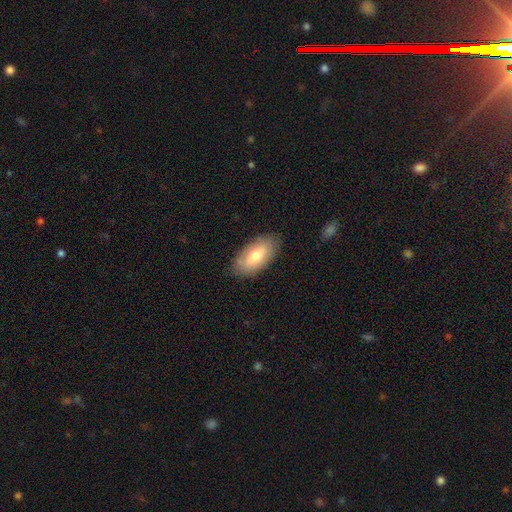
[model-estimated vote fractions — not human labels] smooth_or_featured: smooth (p=0.73) [alt: featured or disk p=0.21]
how_rounded: in between (p=0.93) [alt: cigar-shaped p=0.04]
merging: none (p=0.85) [alt: minor disturbance p=0.11]